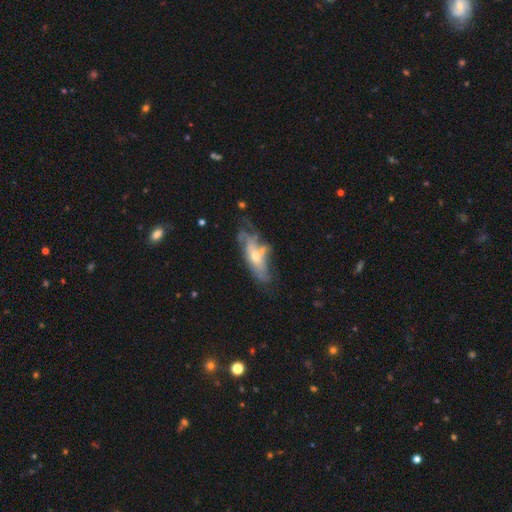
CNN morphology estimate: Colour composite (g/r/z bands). It shows a featured or disk galaxy (61%). Merging: none (37%).